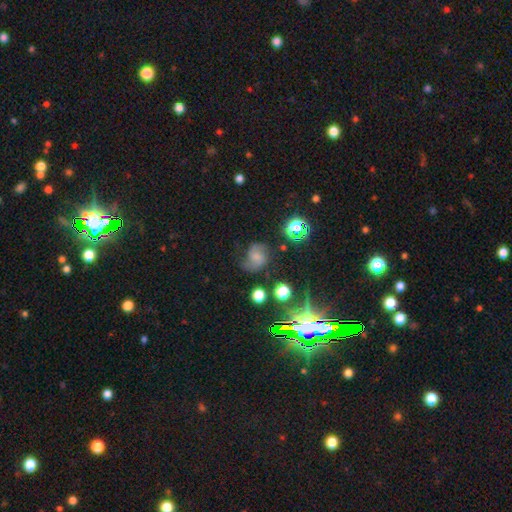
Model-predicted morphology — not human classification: Smooth or featured?
  - featured or disk: 49% *
  - star or artifact: 26%
  - smooth: 26%
Merging?
  - none: 64% *
  - minor disturbance: 21%
  - major disturbance: 12%
  - merger: 3%